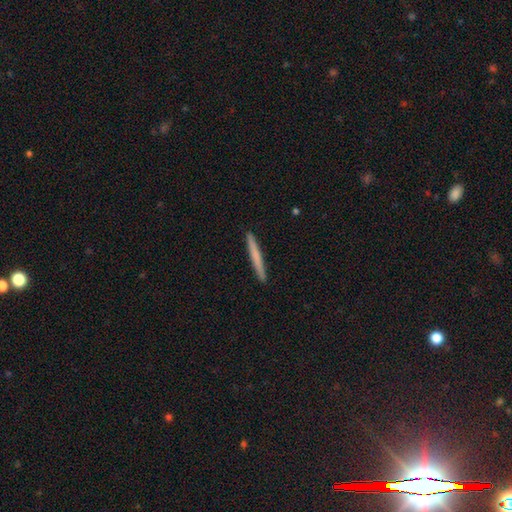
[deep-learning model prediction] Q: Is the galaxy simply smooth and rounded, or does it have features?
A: smooth — 67%.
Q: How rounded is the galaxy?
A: cigar-shaped — 97%.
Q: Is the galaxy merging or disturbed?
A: none — 93%.